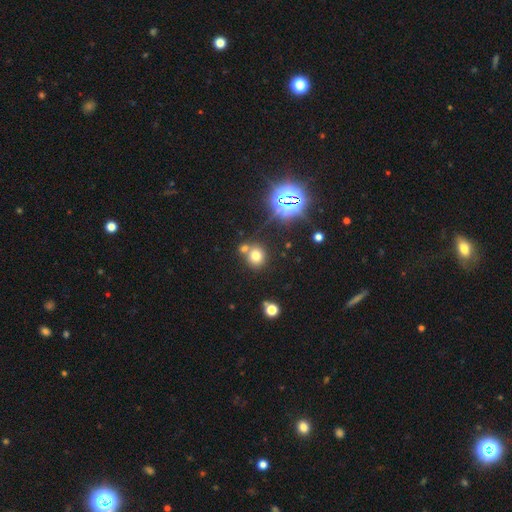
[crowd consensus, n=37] Volunteers were most divided on "merging": none: 58%, merger: 30%, minor disturbance: 12%, major disturbance: 0%. More confident: how rounded — round (83%); smooth or featured — smooth (78%).